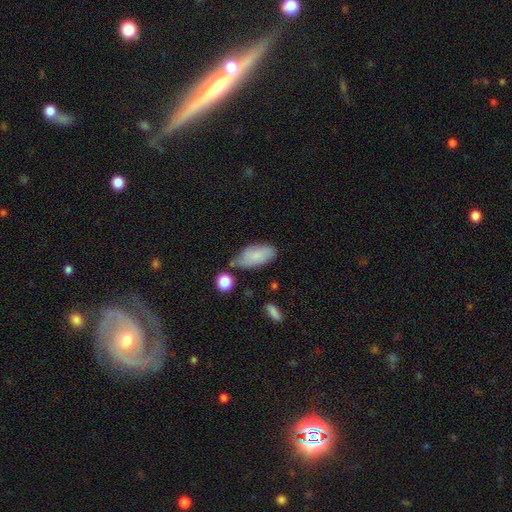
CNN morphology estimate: A smooth galaxy with no disk features (82%) that is in between round and cigar-shaped (91%). Merging: none (61%).